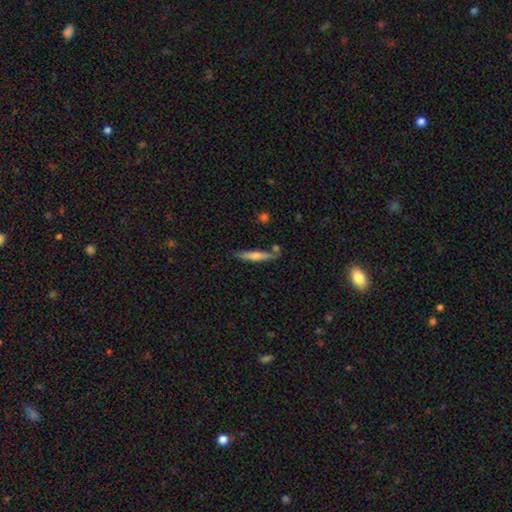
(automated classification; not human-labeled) smooth-or-featured: smooth: 54% | featured or disk: 39% | star or artifact: 6%
  how-rounded: cigar-shaped: 91% | in between: 7% | round: 2%
  merging: none: 77% | minor disturbance: 13% | merger: 7% | major disturbance: 3%